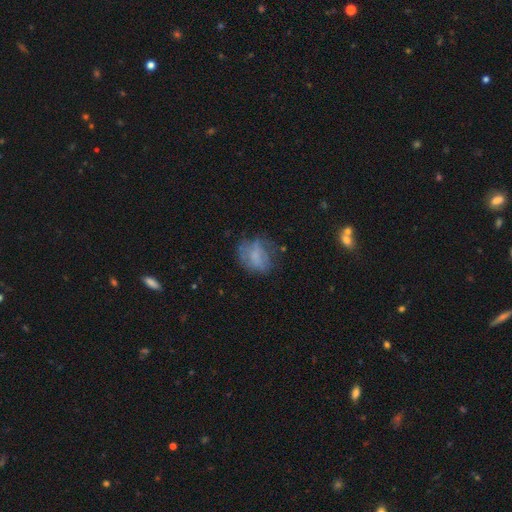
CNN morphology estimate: type=smooth (51%); roundness=round (55%); merging=none (53%).